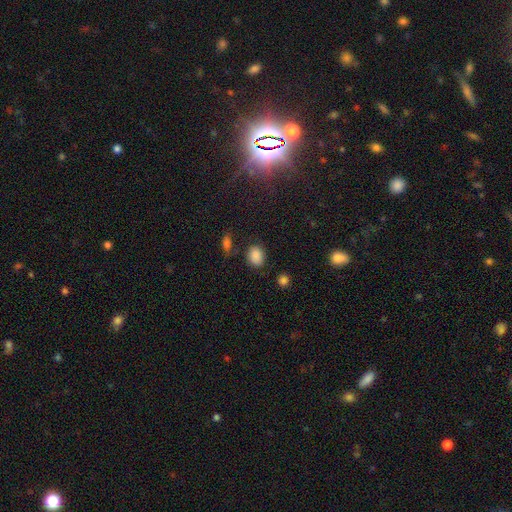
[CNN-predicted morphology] Smooth or featured?
  - smooth: 86% *
  - star or artifact: 10%
  - featured or disk: 4%
How rounded?
  - in between: 57% *
  - round: 42%
  - cigar-shaped: 1%
Merging?
  - none: 77% *
  - minor disturbance: 15%
  - major disturbance: 4%
  - merger: 4%